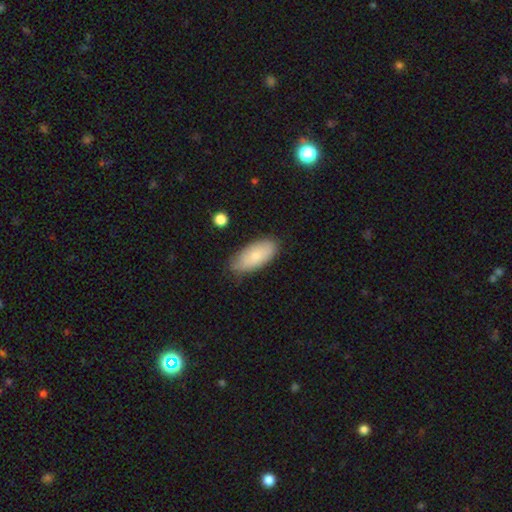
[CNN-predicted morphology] Smooth or featured? Predicted: smooth (p=0.74). How rounded? Predicted: in between (p=0.90). Merging? Predicted: none (p=0.72).